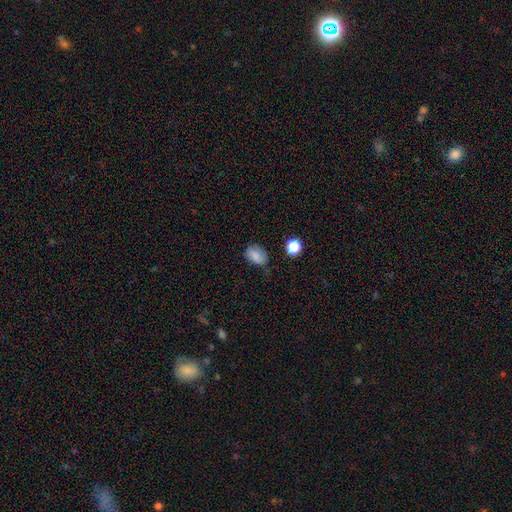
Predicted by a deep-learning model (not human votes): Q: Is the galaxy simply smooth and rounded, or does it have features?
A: smooth — 82%.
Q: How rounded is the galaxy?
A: in between — 81%.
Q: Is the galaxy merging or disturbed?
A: none — 63%.